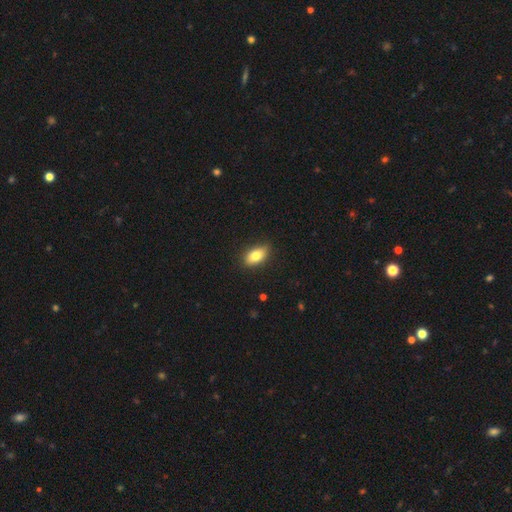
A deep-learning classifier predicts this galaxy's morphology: The model was most divided on "smooth or featured": smooth: 81%, featured or disk: 11%, star or artifact: 8%. More confident: how rounded — in between (89%); merging — none (84%).